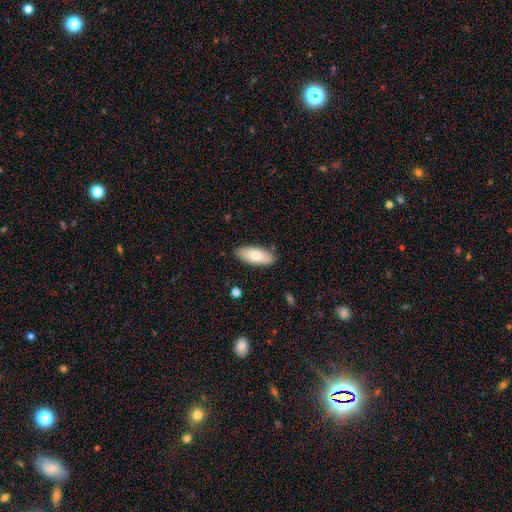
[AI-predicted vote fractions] Smooth or featured? smooth (78%)
How rounded? in between (81%)
Merging? none (85%)